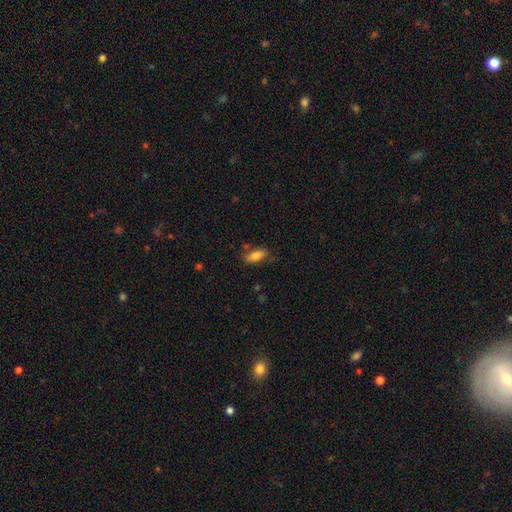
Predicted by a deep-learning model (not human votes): smooth_or_featured: smooth (p=0.76) [alt: featured or disk p=0.17]
how_rounded: in between (p=0.76) [alt: cigar-shaped p=0.21]
merging: none (p=0.74) [alt: minor disturbance p=0.18]